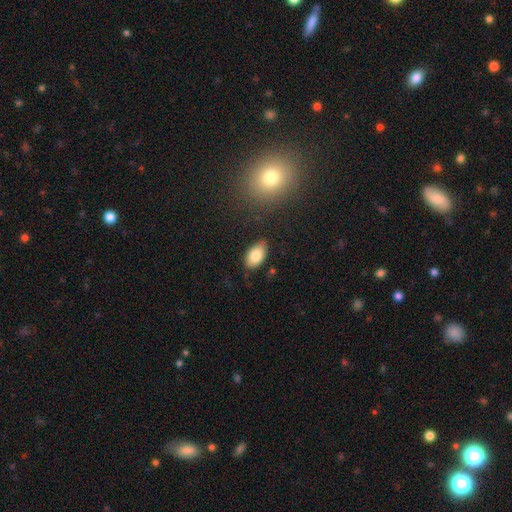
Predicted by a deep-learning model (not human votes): Morphology: type=smooth (83%); roundness=in between (94%); merging=none (82%).